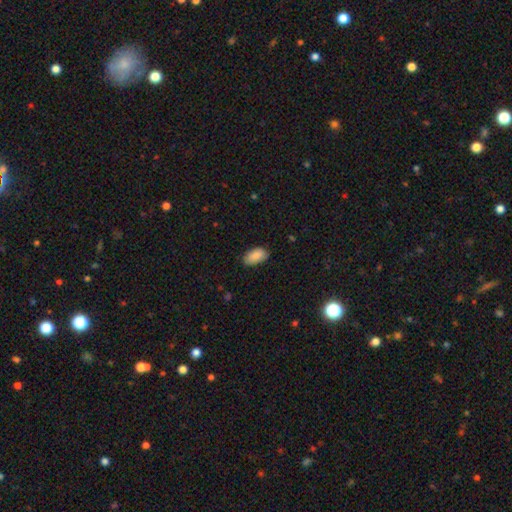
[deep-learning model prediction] Smooth or featured? smooth (88%)
How rounded? in between (94%)
Merging? none (80%)